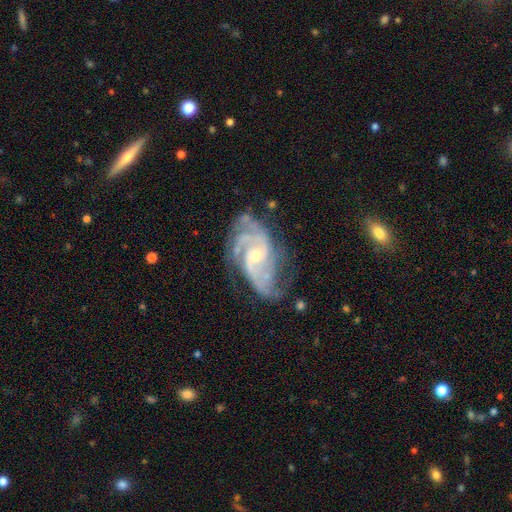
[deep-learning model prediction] Morphology: type=featured or disk (90%); edge-on=no (97%); bar=no (56%); spiral arms=yes (97%); winding=medium (45%); arm count=2 (31%); bulge=small (61%); merging=none (62%).